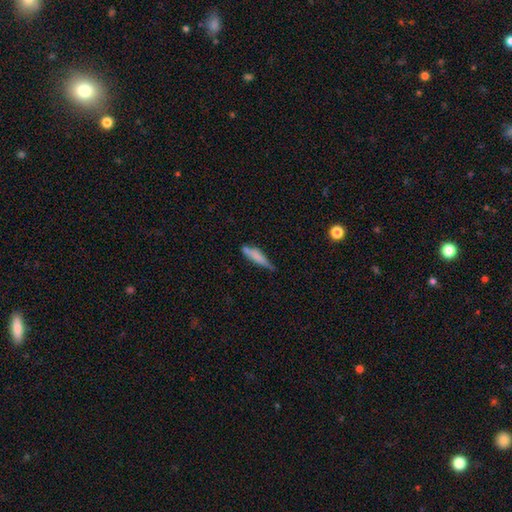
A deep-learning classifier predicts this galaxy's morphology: smooth_or_featured: smooth (p=0.65) [alt: featured or disk p=0.27]
how_rounded: cigar-shaped (p=0.78) [alt: in between p=0.20]
merging: none (p=0.49) [alt: minor disturbance p=0.30]